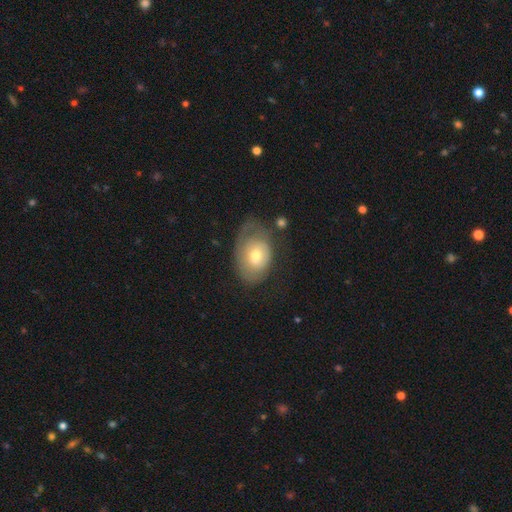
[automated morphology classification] The model was most divided on "smooth or featured": smooth: 54%, featured or disk: 39%, star or artifact: 7%. Remaining: how rounded — in between (78%); merging — none (46%).